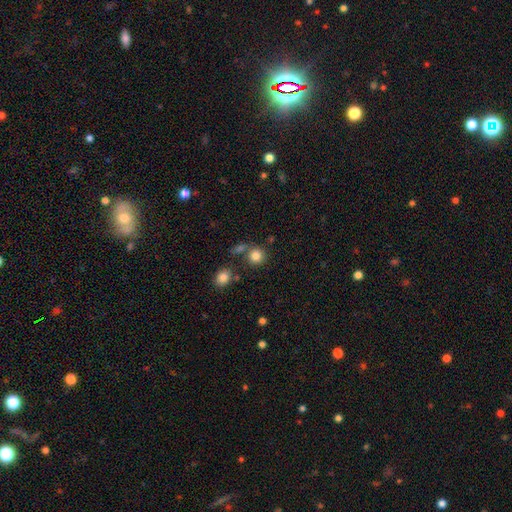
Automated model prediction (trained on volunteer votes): This is clearly a smooth galaxy (83%). How rounded: clearly round (87%). Merging: likely none (69%).